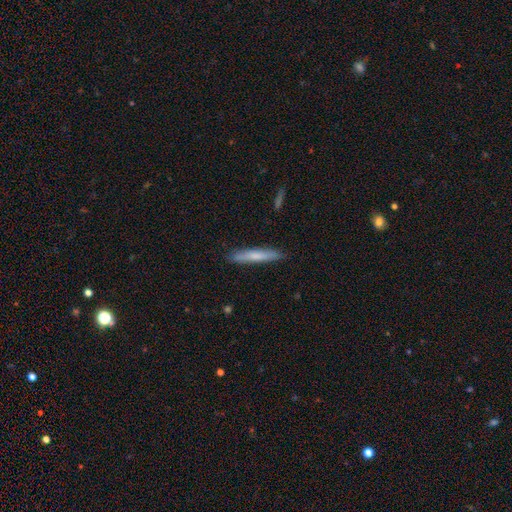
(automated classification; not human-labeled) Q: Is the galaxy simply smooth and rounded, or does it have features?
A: smooth — 69%.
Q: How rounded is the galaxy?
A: cigar-shaped — 94%.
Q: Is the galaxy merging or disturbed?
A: none — 88%.